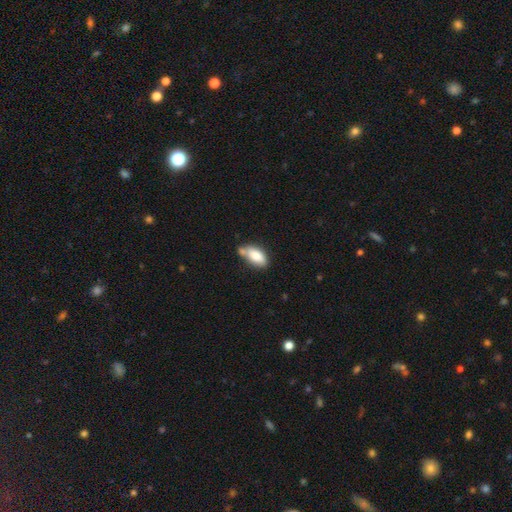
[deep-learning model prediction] This is clearly a smooth galaxy (81%). How rounded: clearly in between (89%). Merging: possibly none (49%).